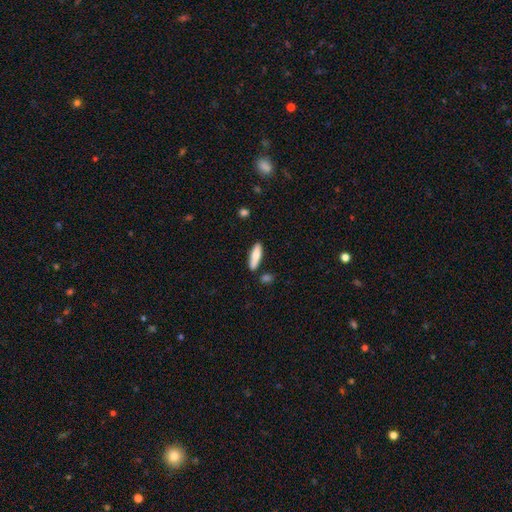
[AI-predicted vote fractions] smooth-or-featured: smooth: 76% | featured or disk: 19% | star or artifact: 5%
  how-rounded: cigar-shaped: 62% | in between: 36% | round: 2%
  merging: none: 82% | minor disturbance: 11% | merger: 5% | major disturbance: 2%